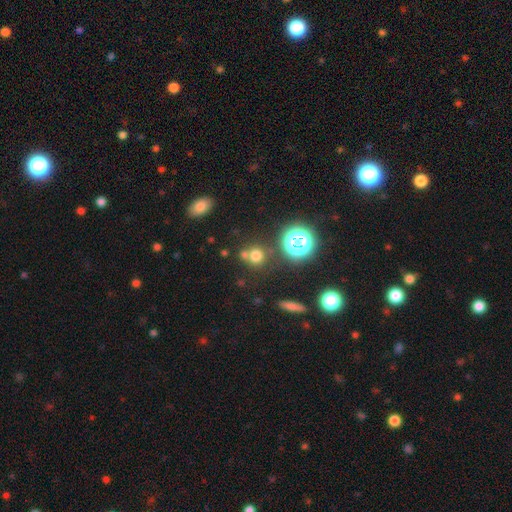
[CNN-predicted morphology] smooth 64%, star or artifact 27%, featured or disk 9%. Down the decision tree: how rounded — round (89%); merging — none (65%).